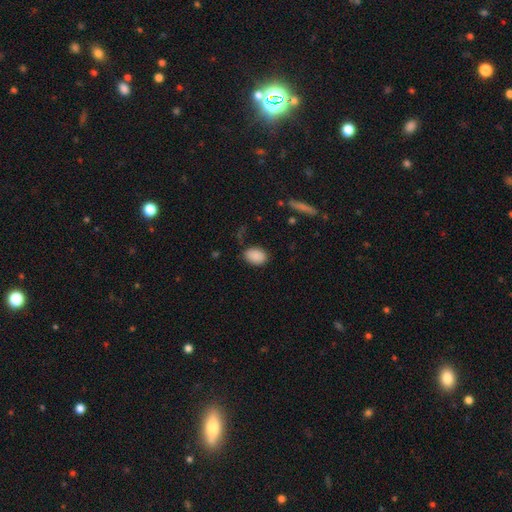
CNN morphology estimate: Smooth or featured?
  - smooth: 88% *
  - star or artifact: 8%
  - featured or disk: 4%
How rounded?
  - in between: 82% *
  - round: 17%
  - cigar-shaped: 1%
Merging?
  - none: 78% *
  - minor disturbance: 16%
  - major disturbance: 4%
  - merger: 2%